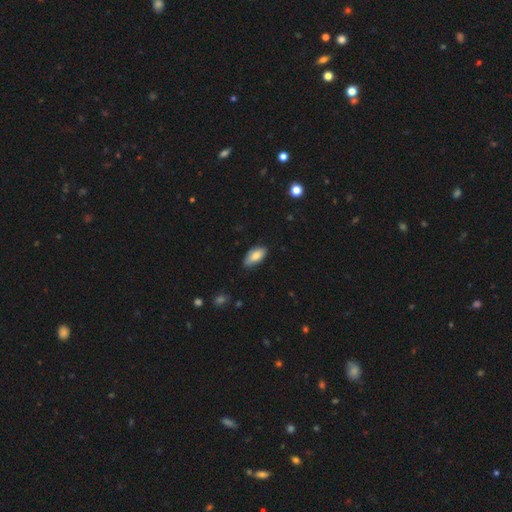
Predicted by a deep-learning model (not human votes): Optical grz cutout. It shows a smooth galaxy with no disk features (83%) that is in between round and cigar-shaped (91%). Merging: none (74%).